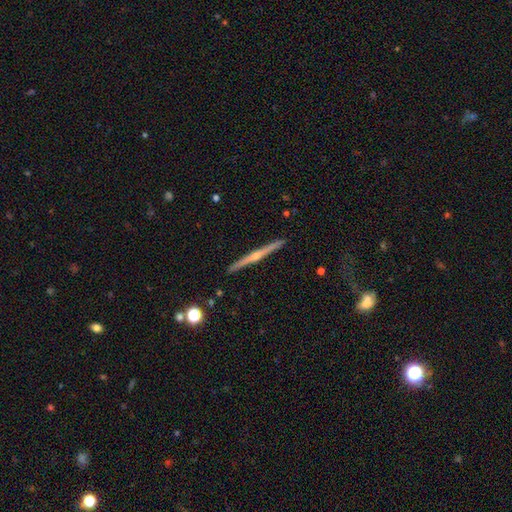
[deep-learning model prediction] Q: Smooth or featured?
A: featured or disk (81%); runner-up: smooth (14%)
Q: Edge-on disk?
A: yes (98%); runner-up: no (2%)
Q: Edge-on bulge?
A: rounded (85%); runner-up: none (12%)
Q: Merging?
A: none (91%); runner-up: minor disturbance (6%)